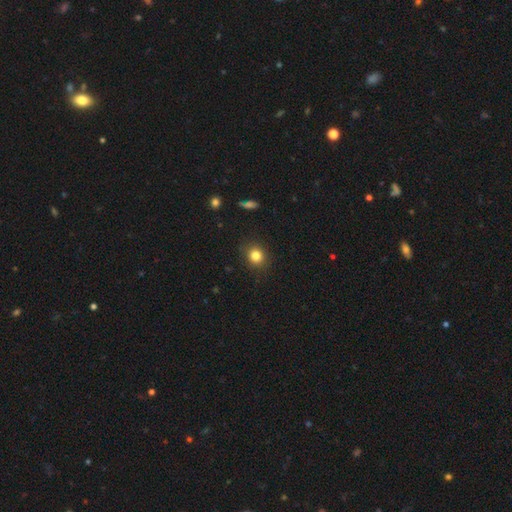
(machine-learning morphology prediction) smooth_or_featured: smooth (p=0.83) [alt: star or artifact p=0.12]
how_rounded: round (p=0.78) [alt: in between p=0.21]
merging: none (p=0.88) [alt: minor disturbance p=0.09]